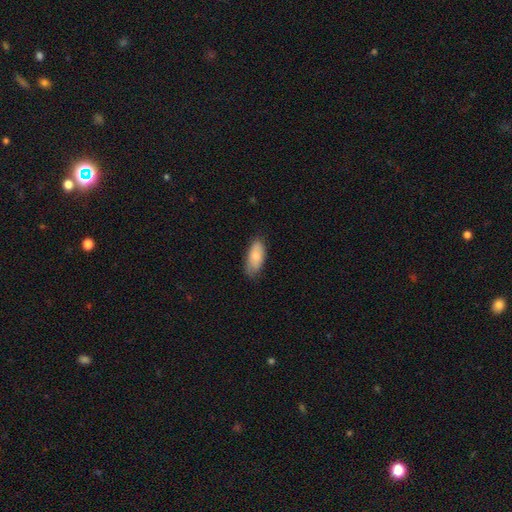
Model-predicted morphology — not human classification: Smooth or featured? Predicted: smooth (p=0.79). How rounded? Predicted: in between (p=0.88). Merging? Predicted: none (p=0.72).